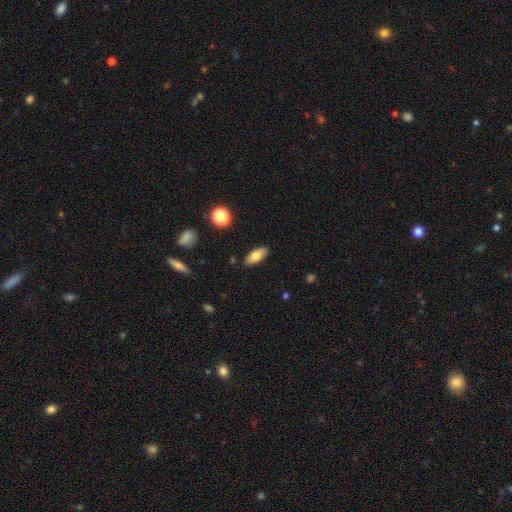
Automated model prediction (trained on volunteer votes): smooth 76%, featured or disk 16%, star or artifact 8%. Down the decision tree: how rounded — in between (81%); merging — none (87%).